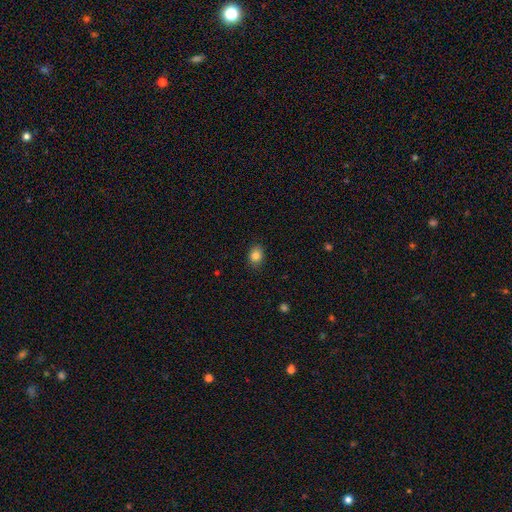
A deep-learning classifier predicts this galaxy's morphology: Smooth or featured: smooth — 84% (star or artifact — 10%)
How rounded: in between — 55% (round — 44%)
Merging: none — 86% (minor disturbance — 11%)